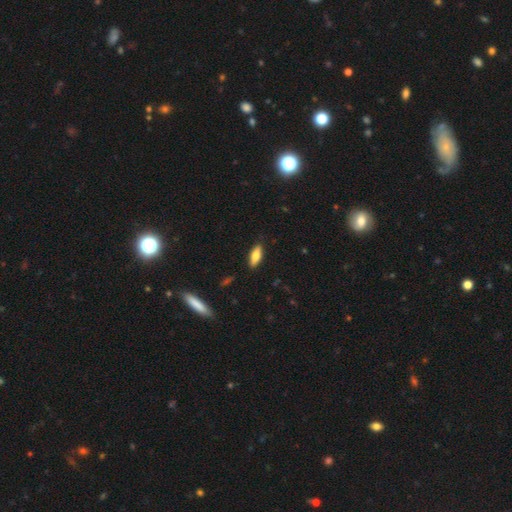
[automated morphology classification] Q: Smooth or featured?
A: smooth (73%); runner-up: featured or disk (21%)
Q: How rounded?
A: in between (67%); runner-up: cigar-shaped (30%)
Q: Merging?
A: none (88%); runner-up: minor disturbance (9%)